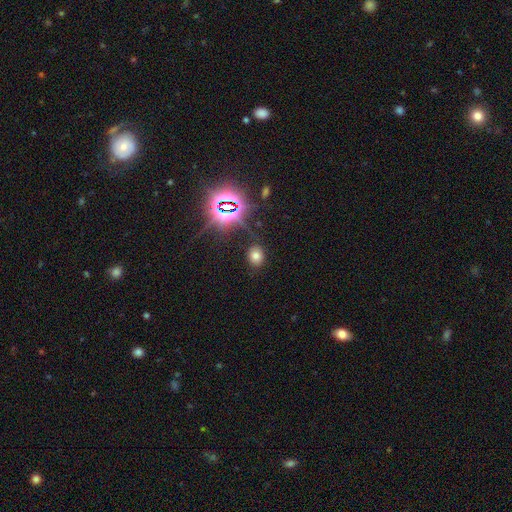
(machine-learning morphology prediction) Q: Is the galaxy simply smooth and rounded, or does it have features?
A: smooth — 64%.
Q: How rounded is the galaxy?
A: in between — 51%.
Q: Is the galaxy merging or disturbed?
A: none — 82%.